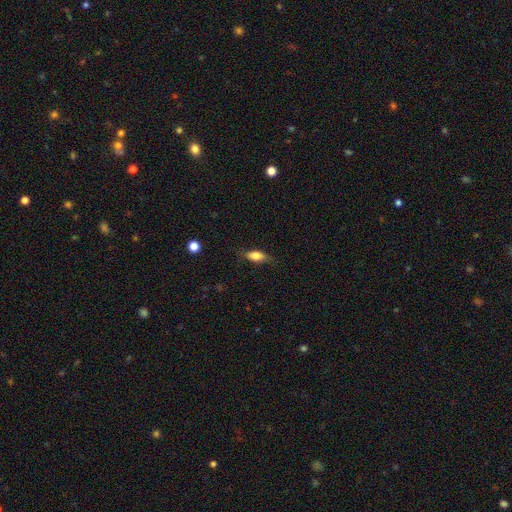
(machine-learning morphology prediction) Smooth or featured: smooth — 77% (featured or disk — 15%)
How rounded: in between — 79% (cigar-shaped — 17%)
Merging: none — 72% (minor disturbance — 21%)